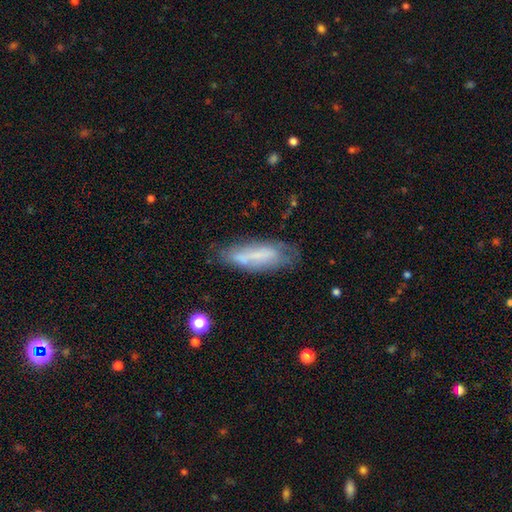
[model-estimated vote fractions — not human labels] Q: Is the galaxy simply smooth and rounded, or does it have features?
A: smooth — 53%.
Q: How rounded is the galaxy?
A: cigar-shaped — 51%.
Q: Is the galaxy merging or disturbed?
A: none — 59%.